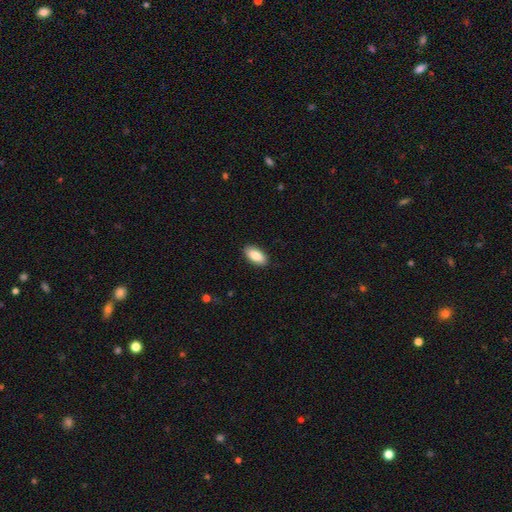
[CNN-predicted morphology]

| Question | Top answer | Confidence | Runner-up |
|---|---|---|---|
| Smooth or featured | smooth | 87% | featured or disk (6%) |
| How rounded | in between | 92% | cigar-shaped (6%) |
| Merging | none | 89% | minor disturbance (8%) |